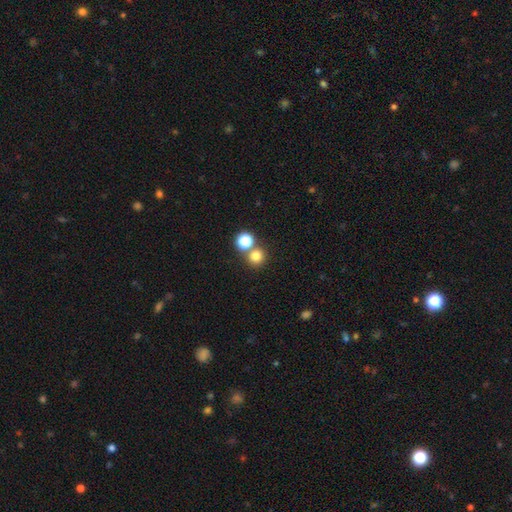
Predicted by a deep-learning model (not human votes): Smooth or featured: smooth — 77% (star or artifact — 16%)
How rounded: round — 91% (in between — 8%)
Merging: none — 65% (merger — 26%)